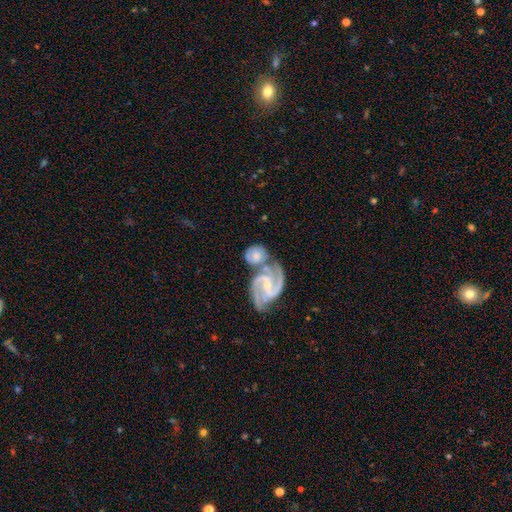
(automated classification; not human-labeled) Morphology: type=featured or disk (77%); edge-on=no (97%); bar=weak (45%); spiral arms=yes (96%); winding=medium (60%); arm count=2 (85%); bulge=small (64%); merging=merger (47%).